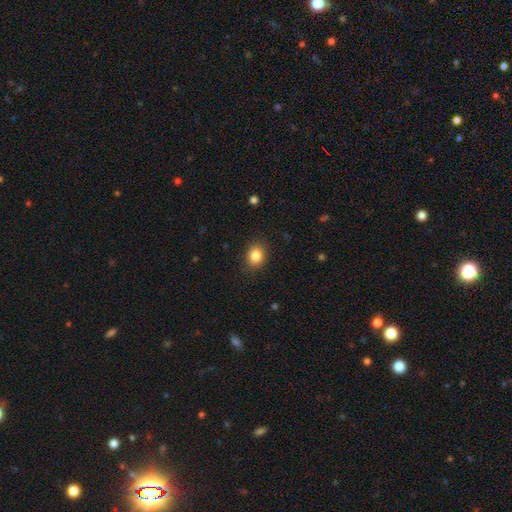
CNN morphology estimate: This appears to be a smooth galaxy with no disk features (85%) that is round (57%). Merging: none (87%).